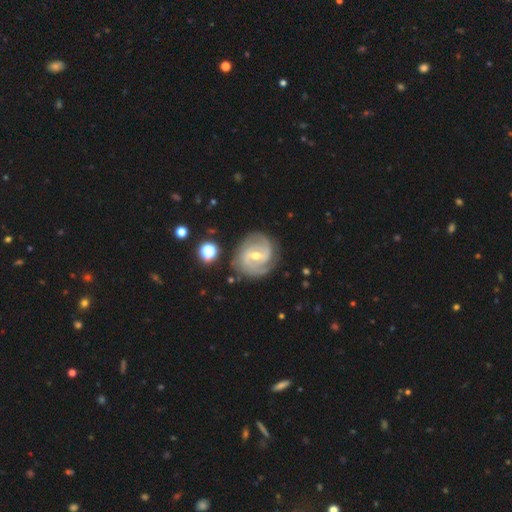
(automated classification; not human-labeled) Smooth or featured? Predicted: featured or disk (p=0.88). Edge-on disk? Predicted: no (p=0.97). Bar? Predicted: weak (p=0.51). Spiral arms? Predicted: yes (p=0.97). Spiral winding? Predicted: tight (p=0.45). Spiral arm count? Predicted: 2 (p=0.72). Bulge size? Predicted: moderate (p=0.49). Merging? Predicted: none (p=0.80).